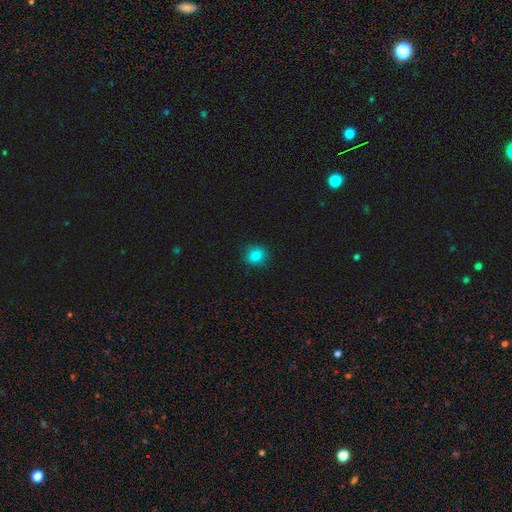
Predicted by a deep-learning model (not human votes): This is clearly a smooth galaxy (83%). How rounded: clearly round (83%). Merging: clearly none (90%).